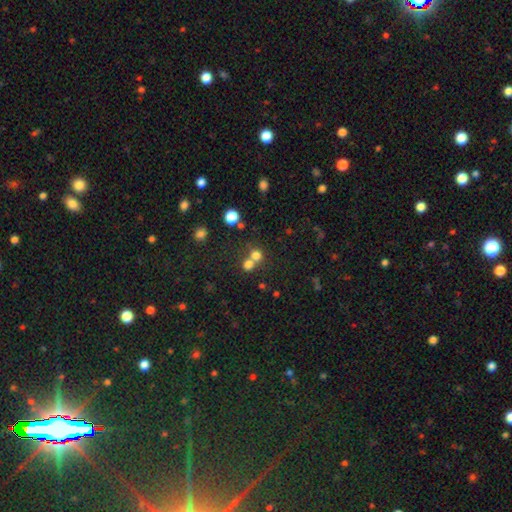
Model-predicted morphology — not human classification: A smooth galaxy with no disk features (73%) that is round (84%). Merging: none (46%).